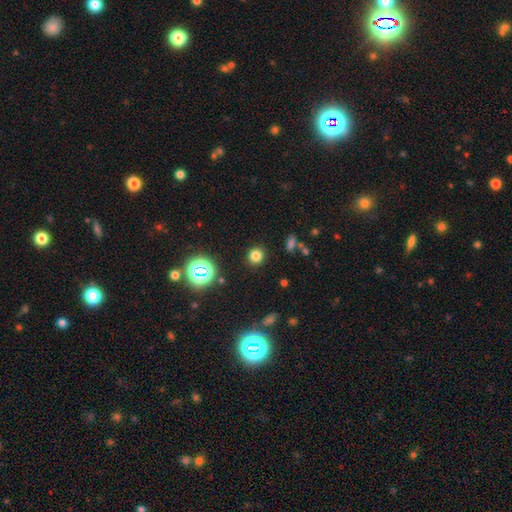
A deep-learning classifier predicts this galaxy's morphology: The model was most divided on "smooth or featured": smooth: 77%, star or artifact: 18%, featured or disk: 6%. More confident: merging — none (89%); how rounded — round (89%).